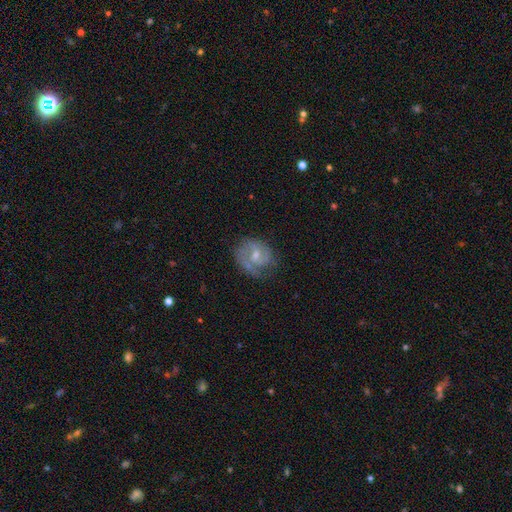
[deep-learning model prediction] Morphology: type=featured or disk (71%); edge-on=no (97%); bar=weak (52%); spiral arms=yes (87%); winding=medium (44%); arm count=2 (58%); bulge=moderate (47%); merging=none (60%).